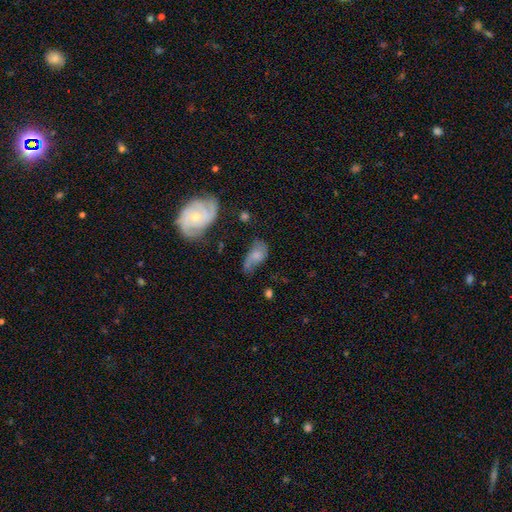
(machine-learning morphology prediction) Smooth or featured?
  - smooth: 47% *
  - featured or disk: 44%
  - star or artifact: 9%
Merging?
  - none: 34% *
  - minor disturbance: 33%
  - major disturbance: 27%
  - merger: 6%